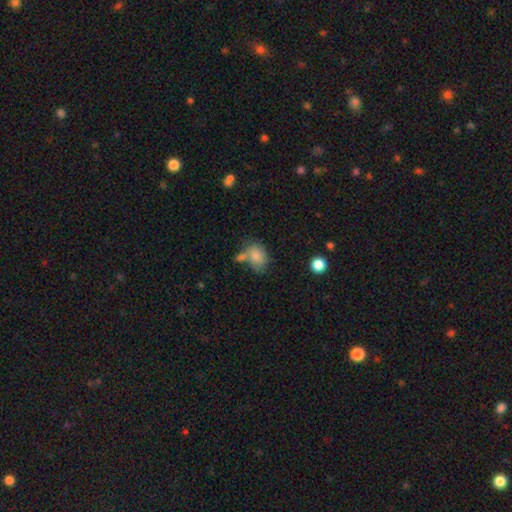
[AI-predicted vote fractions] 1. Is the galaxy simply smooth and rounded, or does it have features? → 79% smooth, 12% featured or disk, 9% star or artifact.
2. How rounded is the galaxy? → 73% in between, 26% round, 1% cigar-shaped.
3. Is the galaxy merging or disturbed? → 38% none, 30% merger, 22% minor disturbance, 10% major disturbance.